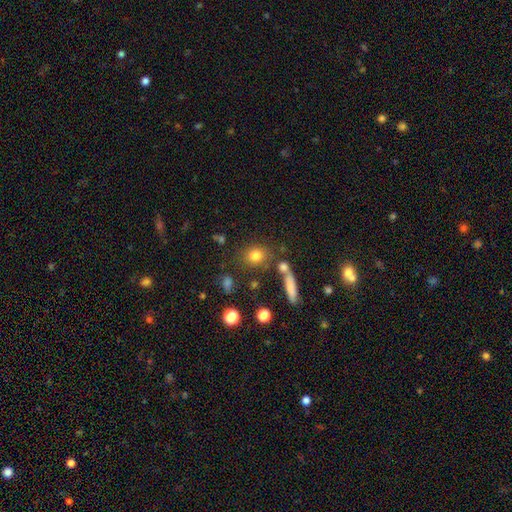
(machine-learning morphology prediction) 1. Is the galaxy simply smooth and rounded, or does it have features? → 77% smooth, 13% star or artifact, 10% featured or disk.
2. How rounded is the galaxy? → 64% round, 31% in between, 4% cigar-shaped.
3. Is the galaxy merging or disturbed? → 72% none, 12% merger, 11% minor disturbance, 5% major disturbance.